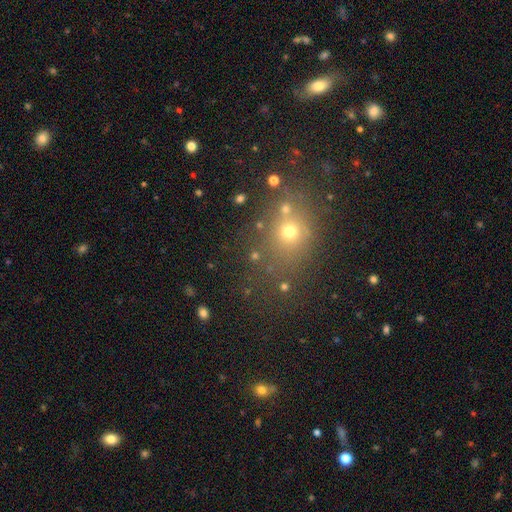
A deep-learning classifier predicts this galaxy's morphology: A smooth galaxy with no disk features (56%) that is round (61%).

Vote fractions:
- Smooth or featured? smooth: 56% / star or artifact: 32% / featured or disk: 12%
- How rounded? round: 61% / in between: 36% / cigar-shaped: 2%
- Merging? none: 69% / minor disturbance: 13% / merger: 11% / major disturbance: 7%